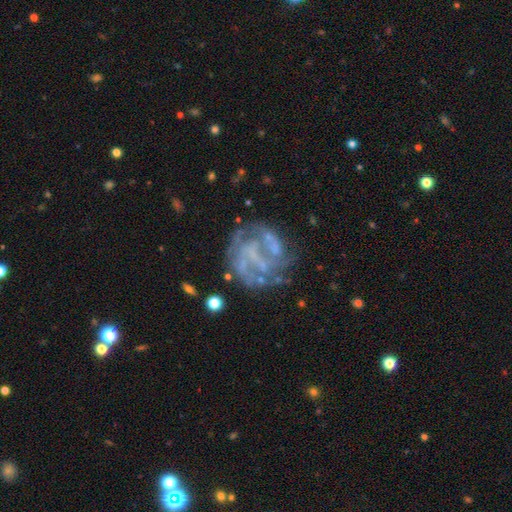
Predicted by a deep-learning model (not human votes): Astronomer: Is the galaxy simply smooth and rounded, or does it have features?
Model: featured or disk — 76%.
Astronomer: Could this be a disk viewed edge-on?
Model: no — 98%.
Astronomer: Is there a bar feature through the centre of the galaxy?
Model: no — 58%.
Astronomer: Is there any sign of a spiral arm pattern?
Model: yes — 59% (runner-up: no, 41%).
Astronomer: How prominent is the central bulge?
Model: none — 71%.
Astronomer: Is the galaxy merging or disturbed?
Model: none — 56%.